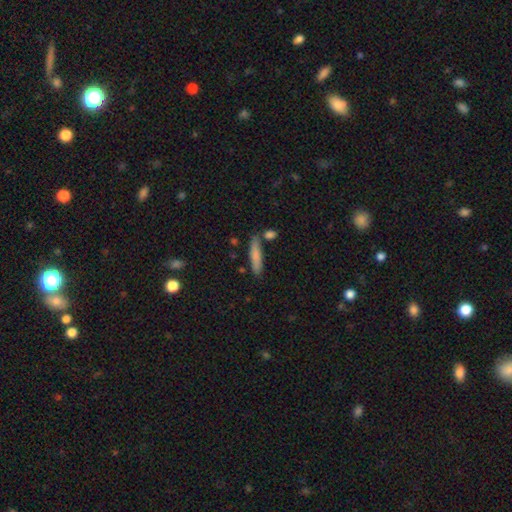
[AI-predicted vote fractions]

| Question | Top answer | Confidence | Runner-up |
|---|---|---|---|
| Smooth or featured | smooth | 78% | featured or disk (15%) |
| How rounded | cigar-shaped | 81% | in between (18%) |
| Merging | none | 77% | minor disturbance (13%) |